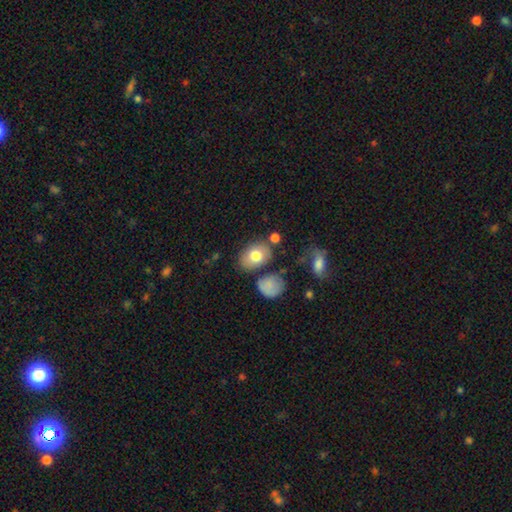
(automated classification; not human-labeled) Smooth or featured? Predicted: smooth (p=0.76). How rounded? Predicted: in between (p=0.81). Merging? Predicted: none (p=0.71).